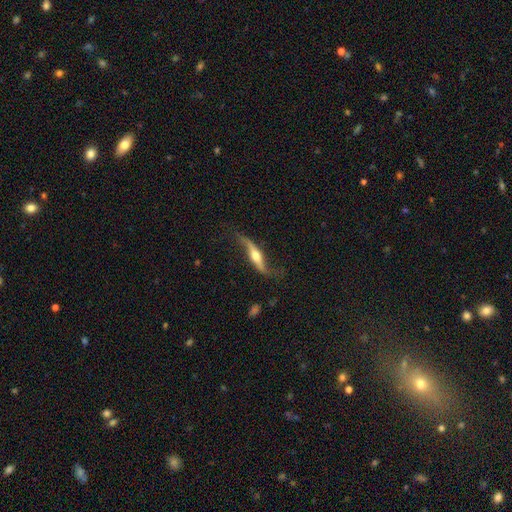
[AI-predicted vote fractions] Morphology: type=featured or disk (81%); edge-on=no (55%); merging=none (62%).